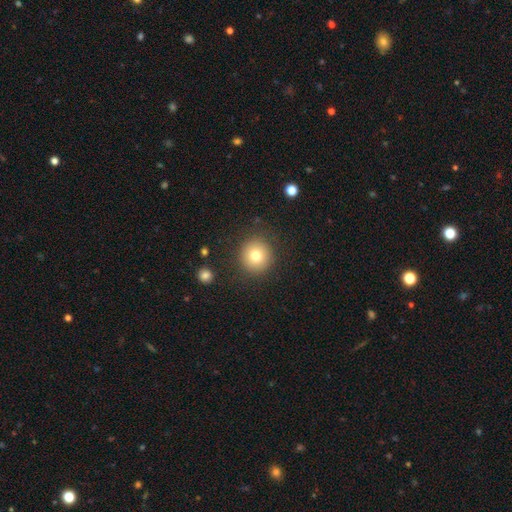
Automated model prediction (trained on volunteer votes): Overall: smooth (76%). How rounded: round (93%). Merging: none (88%).